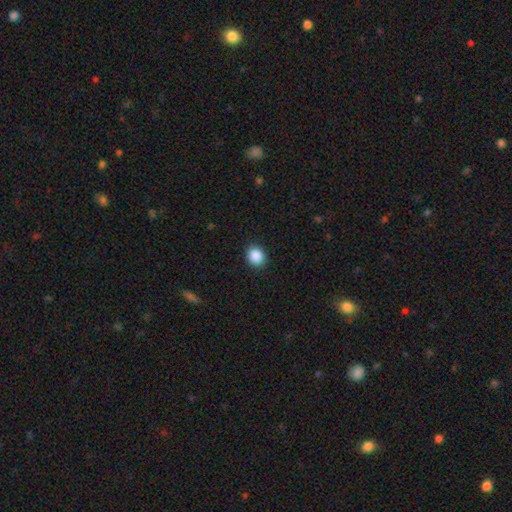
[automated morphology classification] A smooth galaxy with no disk features (88%) that is round (69%).

Vote fractions:
- Smooth or featured? smooth: 88% / star or artifact: 9% / featured or disk: 3%
- How rounded? round: 69% / in between: 30% / cigar-shaped: 1%
- Merging? none: 90% / minor disturbance: 7% / major disturbance: 2% / merger: 1%